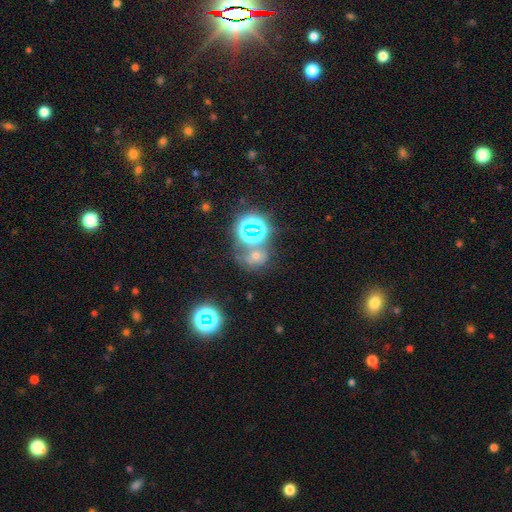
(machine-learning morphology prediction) Smooth or featured: star or artifact — 53% (smooth — 32%)